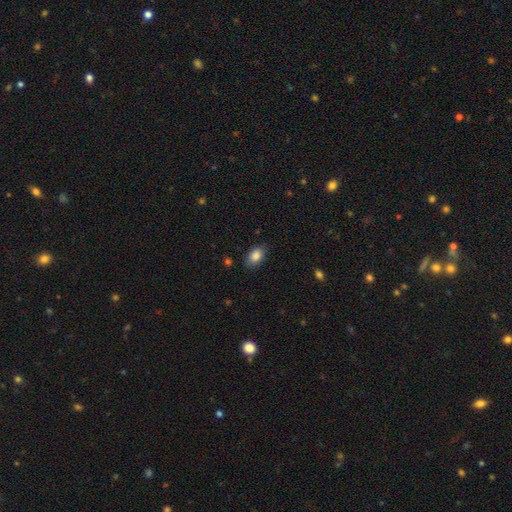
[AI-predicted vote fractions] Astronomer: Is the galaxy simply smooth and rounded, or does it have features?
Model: smooth — 86%.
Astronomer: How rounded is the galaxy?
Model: in between — 88%.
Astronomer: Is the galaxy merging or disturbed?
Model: none — 82%.